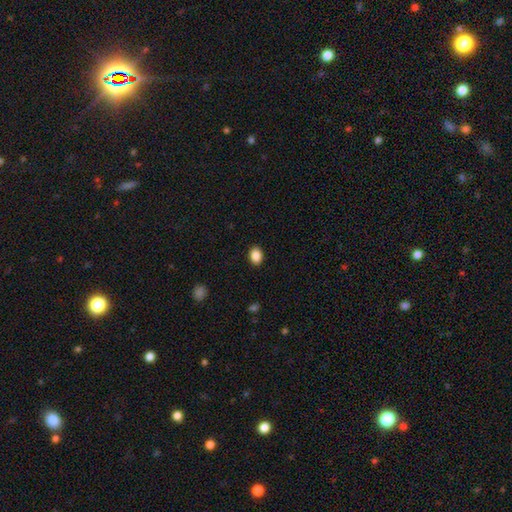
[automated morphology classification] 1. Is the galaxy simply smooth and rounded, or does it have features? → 87% smooth, 9% star or artifact, 4% featured or disk.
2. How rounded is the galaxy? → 70% in between, 29% round, 1% cigar-shaped.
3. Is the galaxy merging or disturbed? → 89% none, 7% minor disturbance, 2% major disturbance, 1% merger.